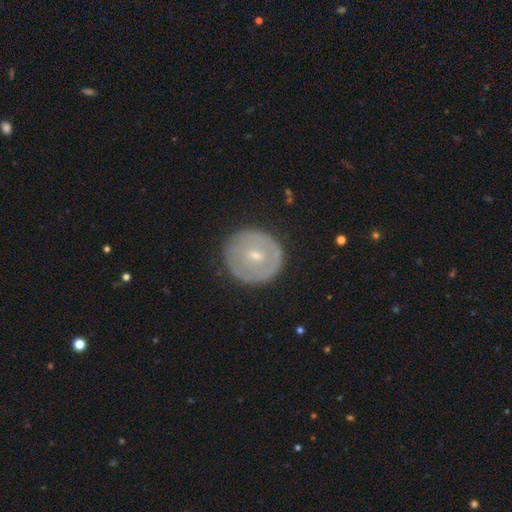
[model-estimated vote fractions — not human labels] smooth-or-featured: featured or disk: 50% | smooth: 43% | star or artifact: 7%
  merging: none: 84% | minor disturbance: 11% | major disturbance: 3% | merger: 1%